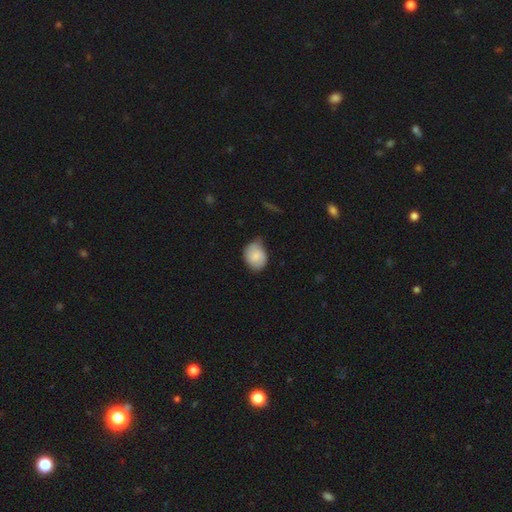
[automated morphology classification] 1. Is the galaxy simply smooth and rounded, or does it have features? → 77% smooth, 16% featured or disk, 7% star or artifact.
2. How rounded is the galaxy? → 54% in between, 45% round, 1% cigar-shaped.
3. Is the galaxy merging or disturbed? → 52% none, 37% minor disturbance, 7% major disturbance, 3% merger.